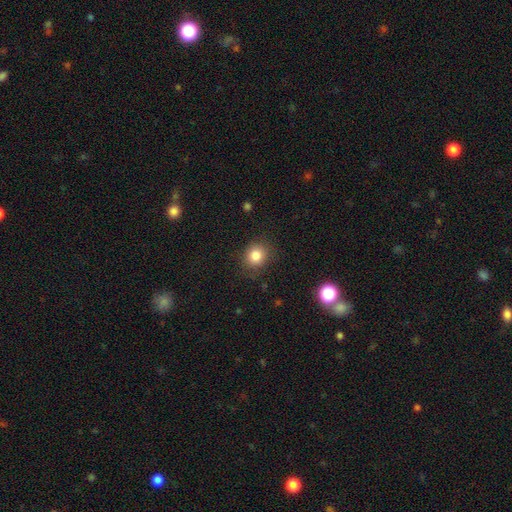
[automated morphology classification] type=smooth (84%); roundness=round (79%); merging=none (85%).